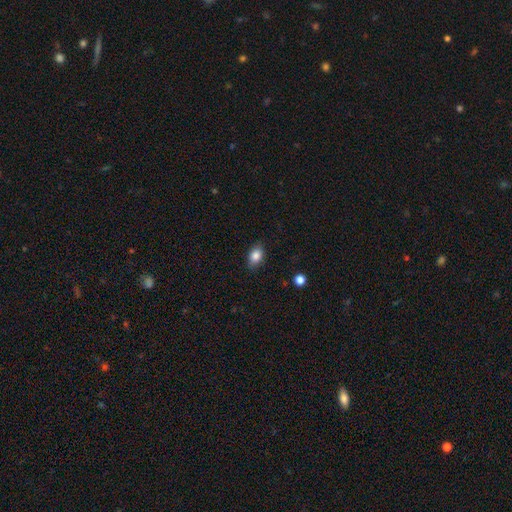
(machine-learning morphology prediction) Smooth or featured?
  - smooth: 84% *
  - star or artifact: 9%
  - featured or disk: 7%
How rounded?
  - in between: 83% *
  - round: 15%
  - cigar-shaped: 2%
Merging?
  - none: 85% *
  - minor disturbance: 11%
  - major disturbance: 2%
  - merger: 1%